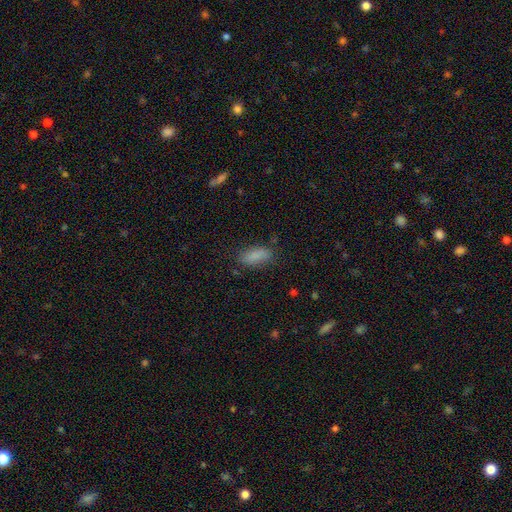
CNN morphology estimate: smooth_or_featured: smooth (p=0.86) [alt: star or artifact p=0.08]
how_rounded: in between (p=0.80) [alt: cigar-shaped p=0.18]
merging: none (p=0.80) [alt: minor disturbance p=0.14]